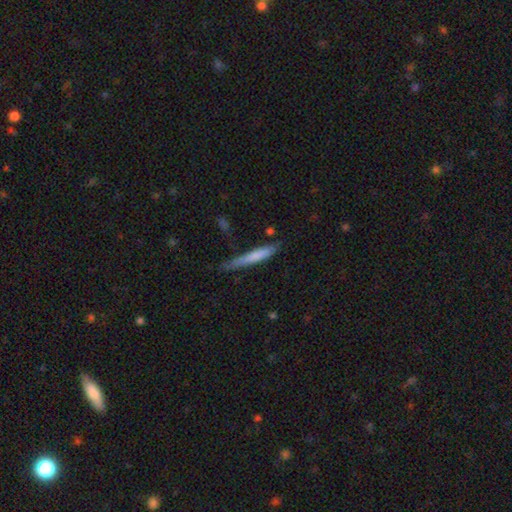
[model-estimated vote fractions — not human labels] This is likely a smooth galaxy (69%). How rounded: clearly cigar-shaped (94%). Merging: likely none (67%).